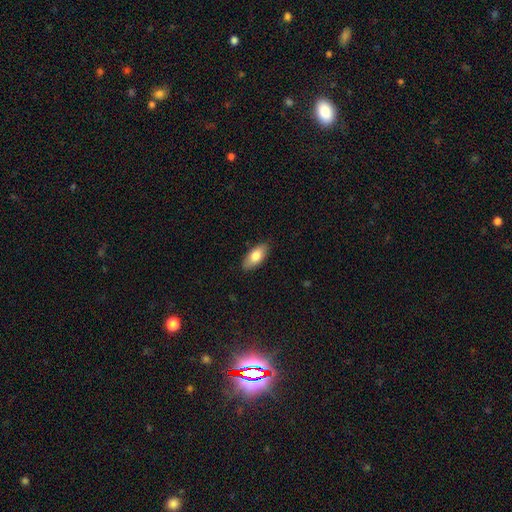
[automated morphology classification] Smooth or featured? Predicted: smooth (p=0.79). How rounded? Predicted: in between (p=0.88). Merging? Predicted: none (p=0.87).